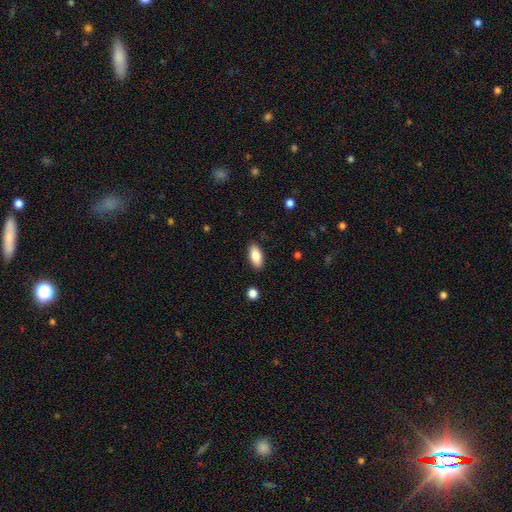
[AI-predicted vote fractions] smooth-or-featured: smooth: 84% | featured or disk: 9% | star or artifact: 7%
  how-rounded: in between: 91% | cigar-shaped: 7% | round: 3%
  merging: none: 88% | minor disturbance: 9% | major disturbance: 2% | merger: 1%